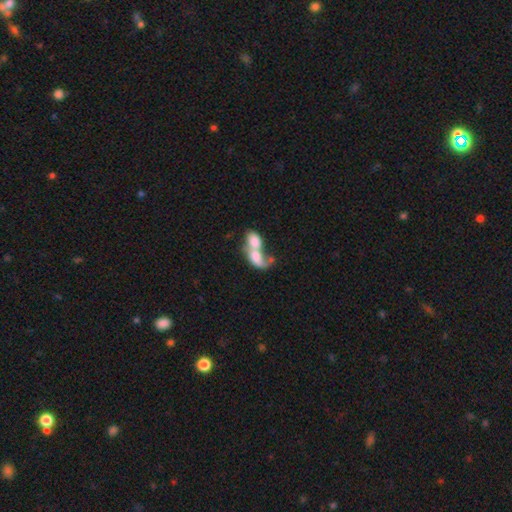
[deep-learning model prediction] A smooth galaxy with no disk features (61%) that is in between round and cigar-shaped (80%). Merging: merger (80%).